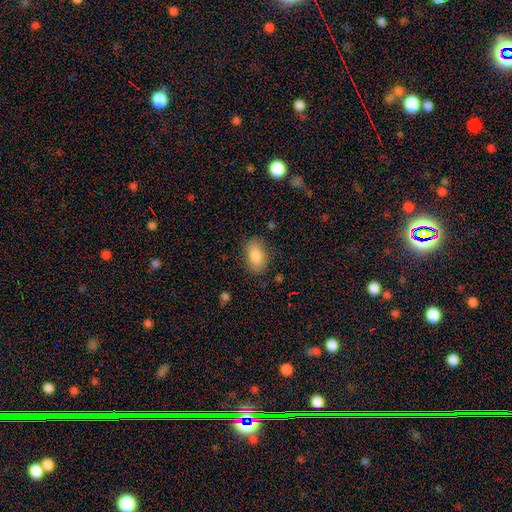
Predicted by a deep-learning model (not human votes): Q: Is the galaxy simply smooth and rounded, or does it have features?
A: smooth — 84%.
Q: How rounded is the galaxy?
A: in between — 91%.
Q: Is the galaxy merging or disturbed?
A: none — 84%.